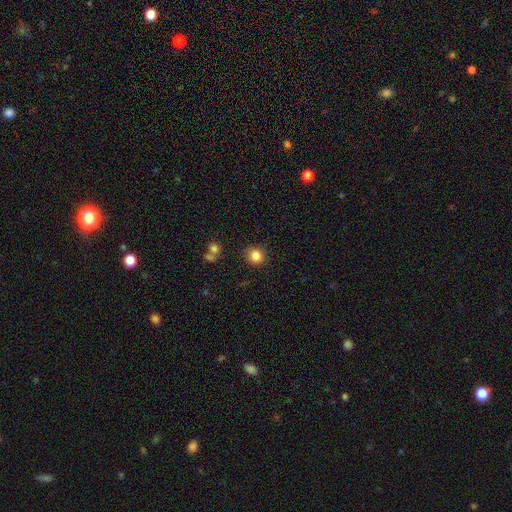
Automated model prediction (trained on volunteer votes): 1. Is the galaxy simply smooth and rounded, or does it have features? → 84% smooth, 11% star or artifact, 5% featured or disk.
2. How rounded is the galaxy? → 82% round, 17% in between, 1% cigar-shaped.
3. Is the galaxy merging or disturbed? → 88% none, 7% minor disturbance, 2% major disturbance, 2% merger.